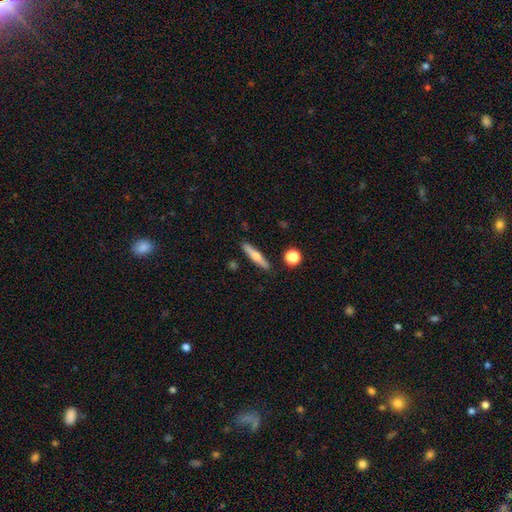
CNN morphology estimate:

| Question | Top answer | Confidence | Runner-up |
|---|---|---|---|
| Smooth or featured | smooth | 51% | featured or disk (43%) |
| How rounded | cigar-shaped | 86% | in between (11%) |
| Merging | none | 88% | minor disturbance (8%) |